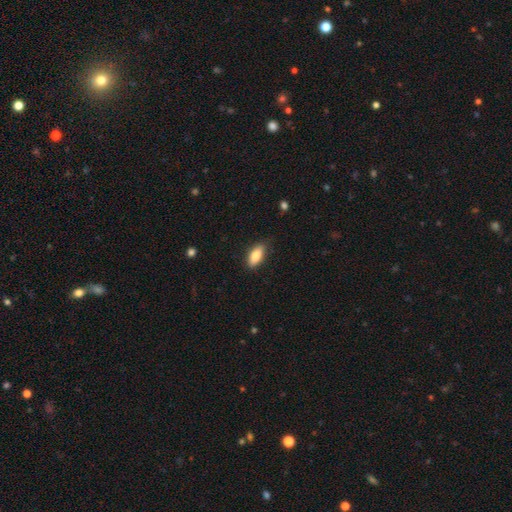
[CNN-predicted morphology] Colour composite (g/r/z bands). It shows a smooth galaxy with no disk features (83%) that is in between round and cigar-shaped (83%). Merging: none (81%).